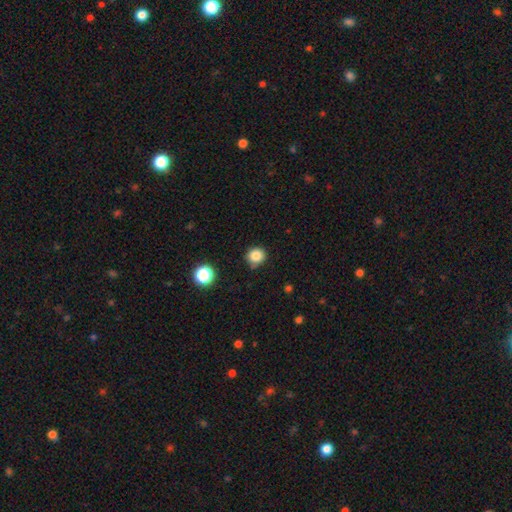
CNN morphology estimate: This is clearly a smooth galaxy (84%). How rounded: clearly round (89%). Merging: clearly none (81%).